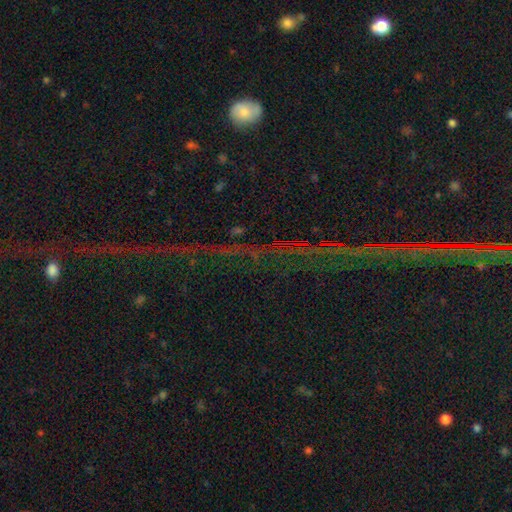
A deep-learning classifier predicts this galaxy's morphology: Smooth or featured? star or artifact (79%)